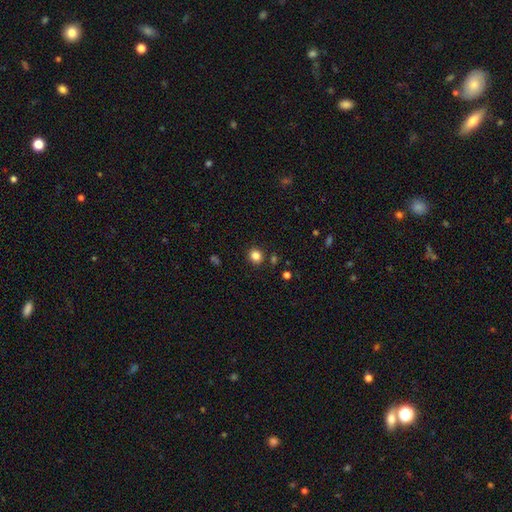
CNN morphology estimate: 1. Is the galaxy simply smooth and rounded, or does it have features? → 84% smooth, 12% star or artifact, 4% featured or disk.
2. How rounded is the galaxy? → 82% round, 17% in between, 1% cigar-shaped.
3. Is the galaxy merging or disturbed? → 88% none, 7% minor disturbance, 3% merger, 2% major disturbance.